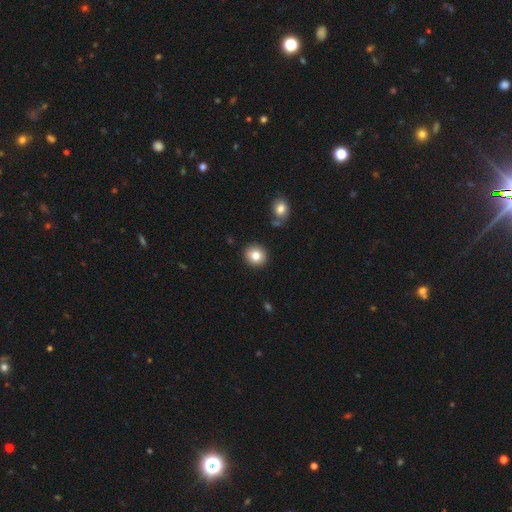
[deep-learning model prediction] Q: Smooth or featured?
A: smooth (81%); runner-up: star or artifact (10%)
Q: How rounded?
A: round (87%); runner-up: in between (12%)
Q: Merging?
A: none (89%); runner-up: minor disturbance (7%)